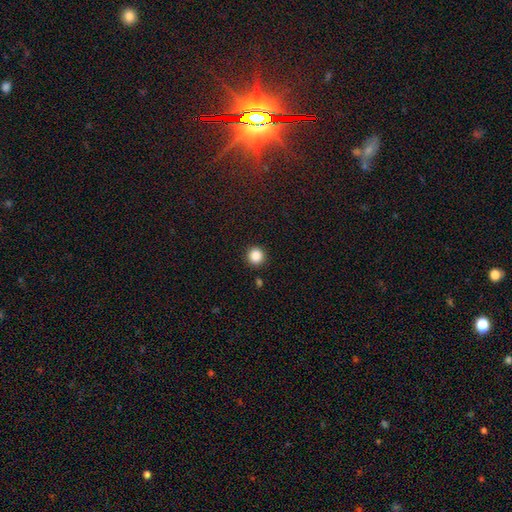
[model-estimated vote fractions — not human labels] This is clearly a smooth galaxy (86%). How rounded: clearly round (95%). Merging: clearly none (92%).